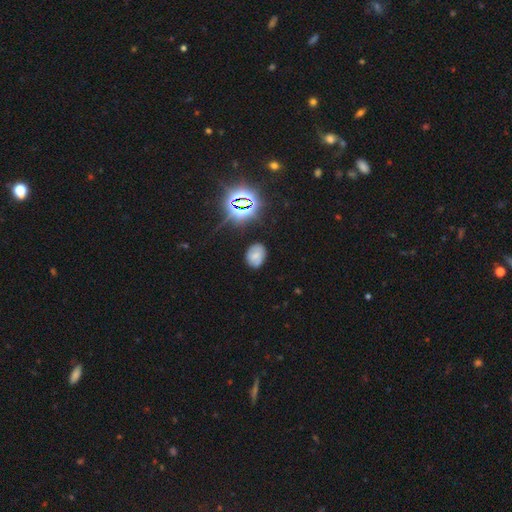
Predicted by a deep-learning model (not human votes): Smooth or featured? Predicted: smooth (p=0.59). How rounded? Predicted: in between (p=0.65). Merging? Predicted: none (p=0.76).